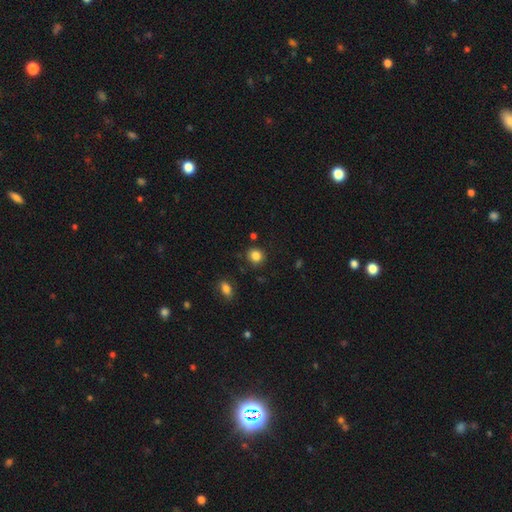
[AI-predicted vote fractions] smooth_or_featured: smooth (p=0.84) [alt: star or artifact p=0.11]
how_rounded: round (p=0.84) [alt: in between p=0.15]
merging: none (p=0.86) [alt: minor disturbance p=0.09]